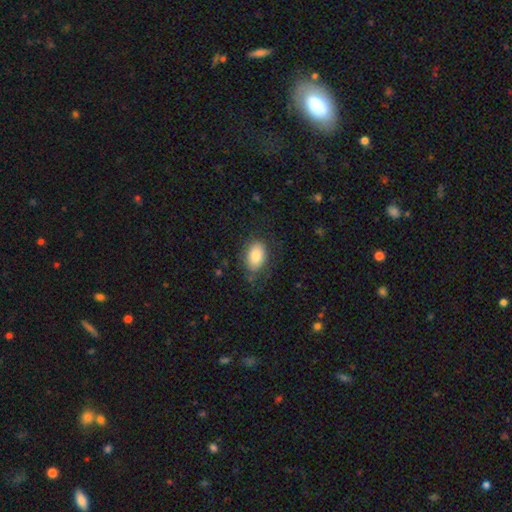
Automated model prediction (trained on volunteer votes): Overall: smooth (81%). How rounded: in between (87%). Merging: none (75%).